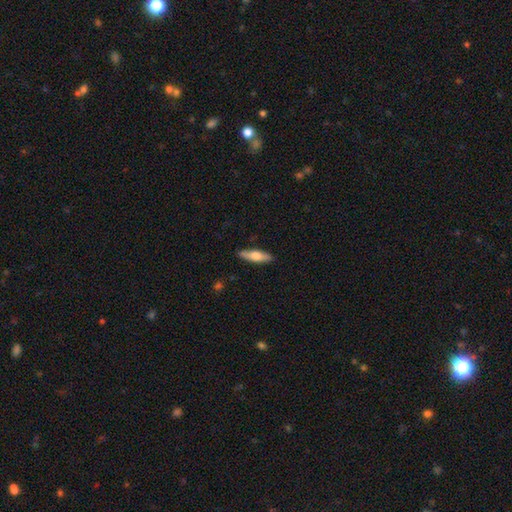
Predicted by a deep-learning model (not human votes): This appears to be a smooth galaxy with no disk features (61%) that is cigar-shaped (60%). Merging: none (88%).